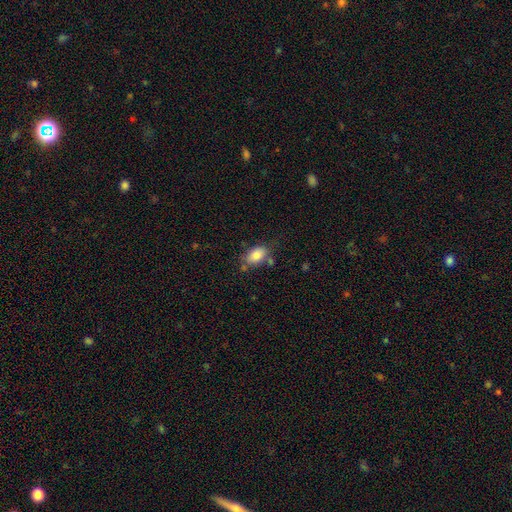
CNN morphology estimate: smooth 83%, featured or disk 9%, star or artifact 8%. Down the decision tree: how rounded — in between (89%); merging — none (65%).